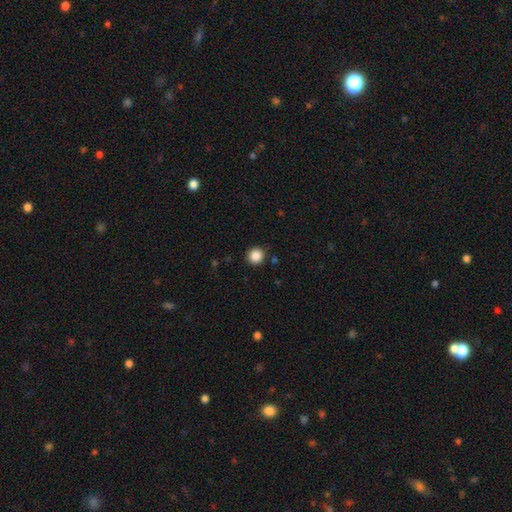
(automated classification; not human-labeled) Morphology: type=smooth (87%); roundness=round (94%); merging=none (89%).